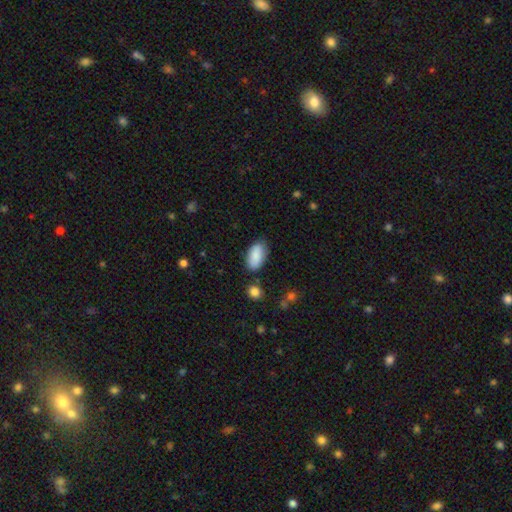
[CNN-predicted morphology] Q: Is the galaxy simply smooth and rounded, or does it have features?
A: smooth — 88%.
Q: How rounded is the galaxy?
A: in between — 94%.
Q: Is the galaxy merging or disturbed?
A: none — 77%.